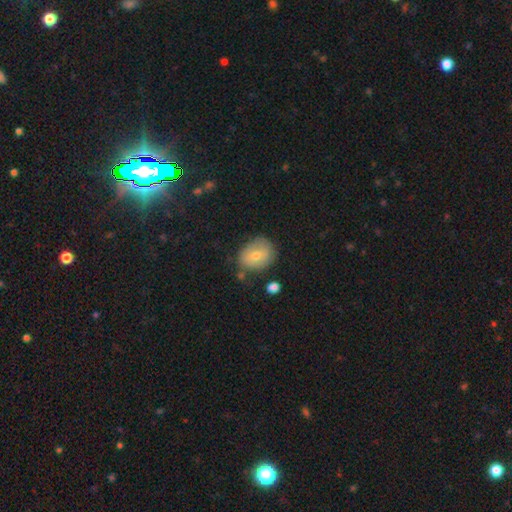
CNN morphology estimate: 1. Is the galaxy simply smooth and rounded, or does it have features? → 64% smooth, 25% featured or disk, 10% star or artifact.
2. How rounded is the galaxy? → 52% round, 46% in between, 1% cigar-shaped.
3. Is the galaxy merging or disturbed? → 70% none, 21% minor disturbance, 5% major disturbance, 4% merger.